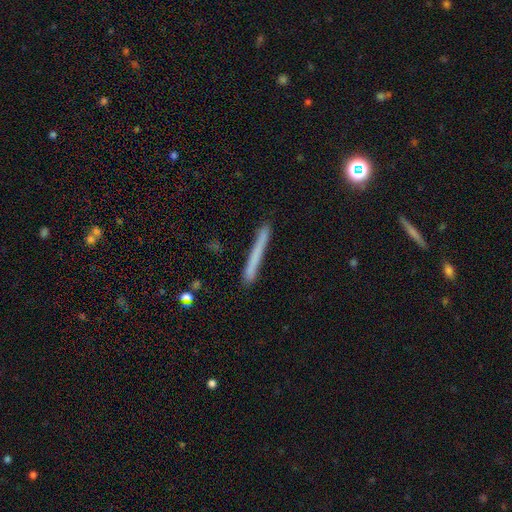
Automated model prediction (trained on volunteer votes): Morphology: type=smooth (63%); roundness=cigar-shaped (97%); merging=none (86%).